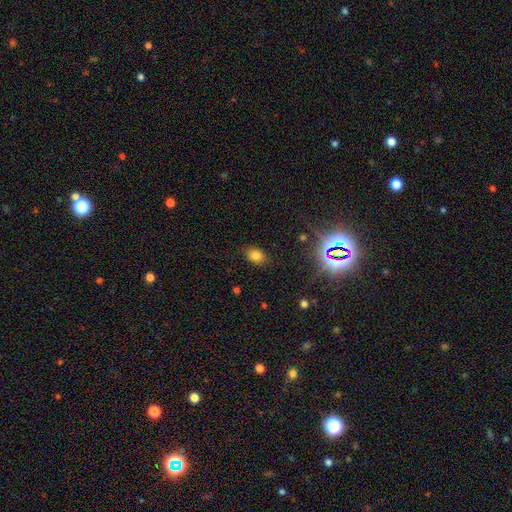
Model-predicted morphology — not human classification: The model was most divided on "how rounded": in between: 68%, round: 31%, cigar-shaped: 1%. More confident: merging — none (82%); smooth or featured — smooth (77%).